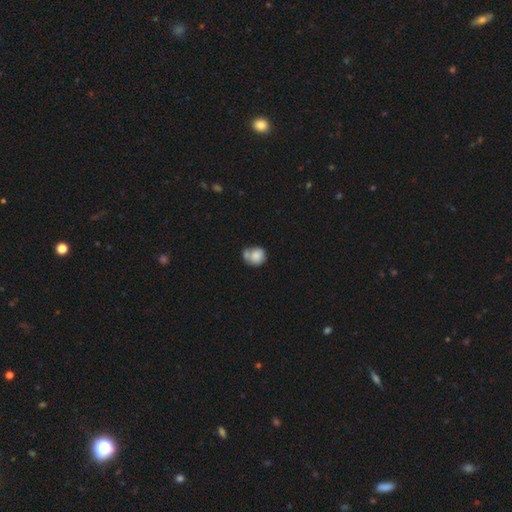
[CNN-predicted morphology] The model was most divided on "merging": merger: 38%, none: 37%, minor disturbance: 18%, major disturbance: 7%. More confident: smooth or featured — smooth (79%); how rounded — round (79%).